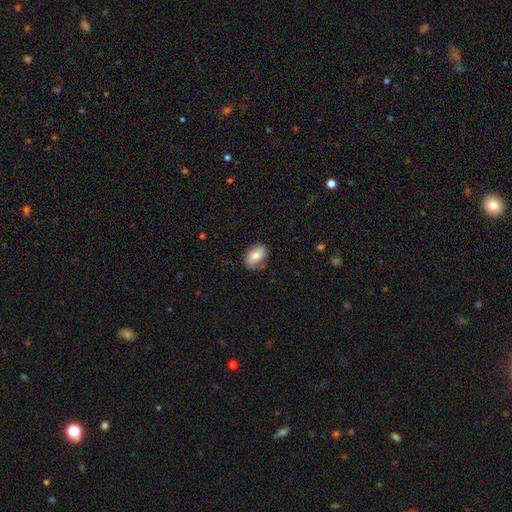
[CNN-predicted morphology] smooth 70%, featured or disk 23%, star or artifact 7%. Down the decision tree: how rounded — in between (89%); merging — none (75%).